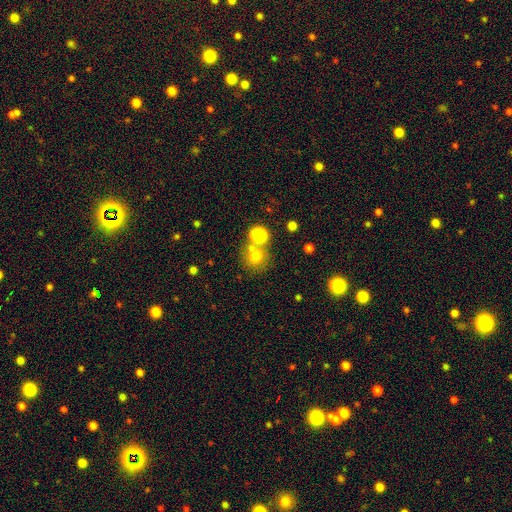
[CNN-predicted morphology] A smooth galaxy with no disk features (72%) that is round (85%).

Vote fractions:
- Smooth or featured? smooth: 72% / star or artifact: 16% / featured or disk: 11%
- How rounded? round: 85% / in between: 14% / cigar-shaped: 1%
- Merging? none: 58% / merger: 28% / minor disturbance: 9% / major disturbance: 5%